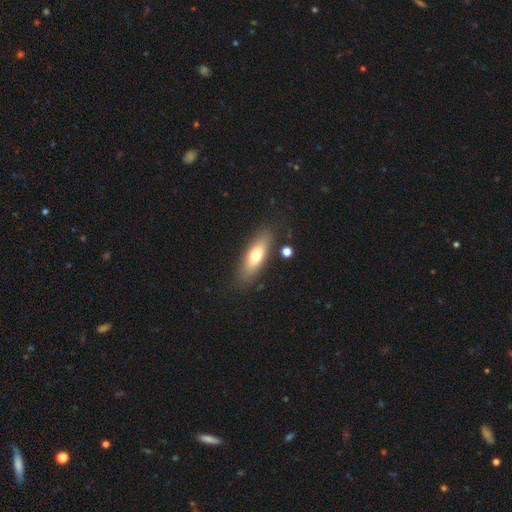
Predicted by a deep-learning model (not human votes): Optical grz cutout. It shows a smooth galaxy with no disk features (67%) that is in between round and cigar-shaped (58%). Merging: none (83%).